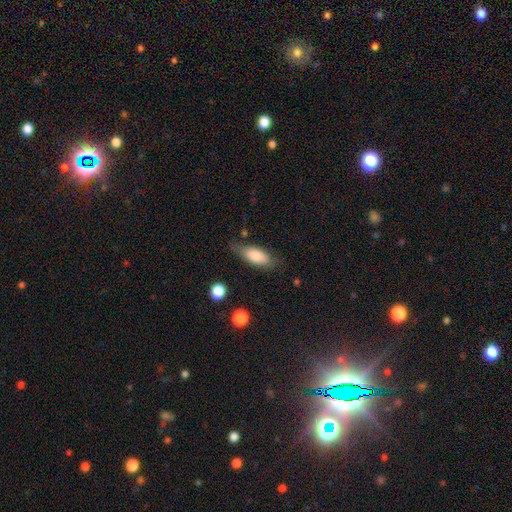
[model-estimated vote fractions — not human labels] Smooth or featured: smooth — 77% (featured or disk — 16%)
How rounded: in between — 76% (cigar-shaped — 22%)
Merging: none — 69% (minor disturbance — 23%)